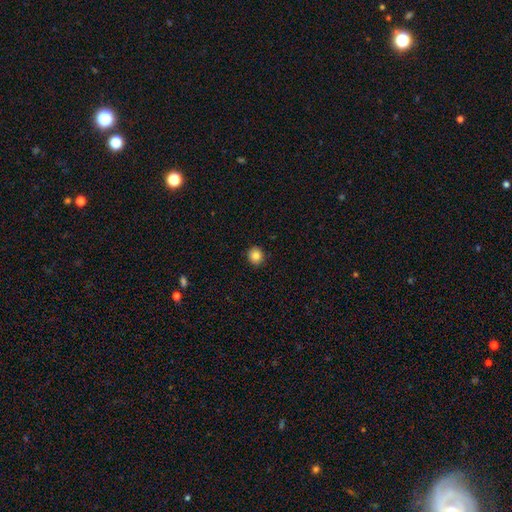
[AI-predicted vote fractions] Morphology: type=smooth (84%); roundness=round (86%); merging=none (91%).